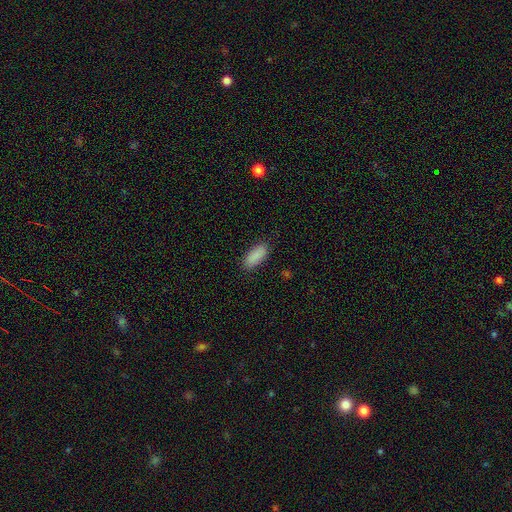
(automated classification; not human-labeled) smooth 89%, star or artifact 7%, featured or disk 4%. Down the decision tree: how rounded — in between (80%); merging — none (87%).